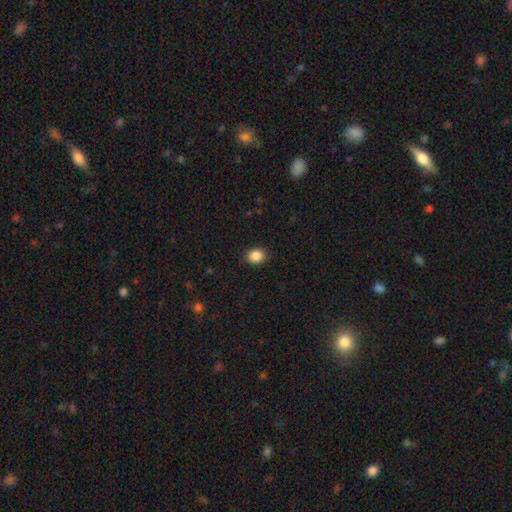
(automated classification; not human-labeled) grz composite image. It shows a smooth galaxy with no disk features (87%) that is round (56%). Merging: none (89%).